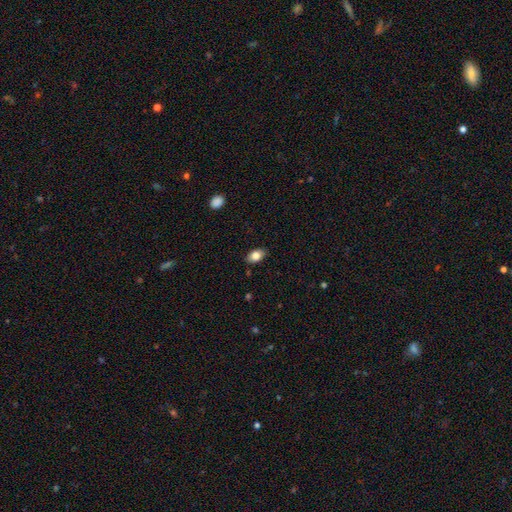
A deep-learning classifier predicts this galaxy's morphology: Smooth or featured: smooth — 81% (featured or disk — 11%)
How rounded: in between — 87% (round — 11%)
Merging: none — 85% (minor disturbance — 12%)